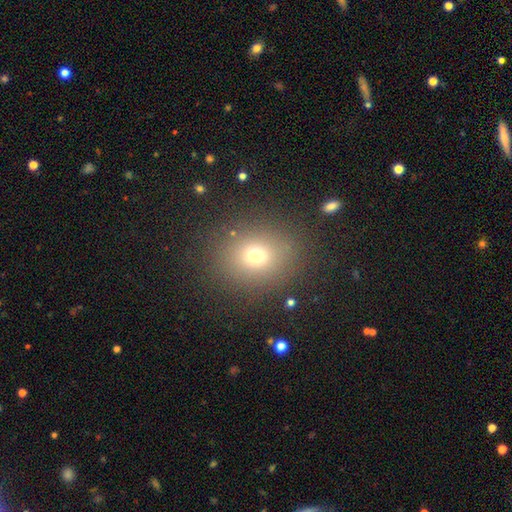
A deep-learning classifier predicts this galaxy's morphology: type=smooth (70%); roundness=round (69%); merging=none (85%).